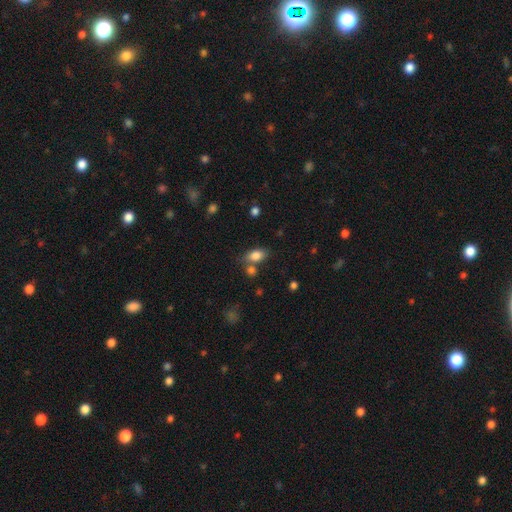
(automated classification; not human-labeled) Overall: smooth (84%). How rounded: in between (87%). Merging: none (64%).